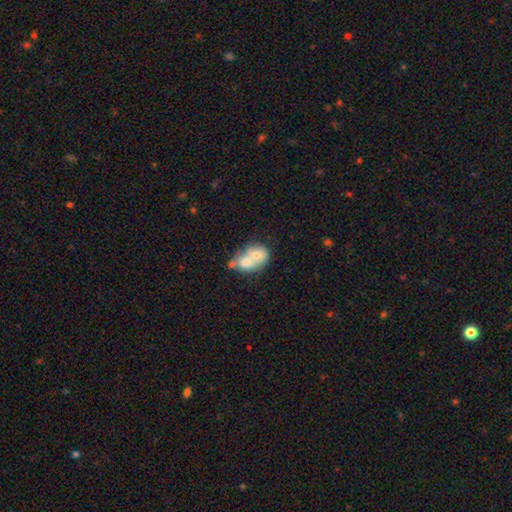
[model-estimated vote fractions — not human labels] Smooth or featured? smooth (64%)
How rounded? in between (61%)
Merging? merger (72%)